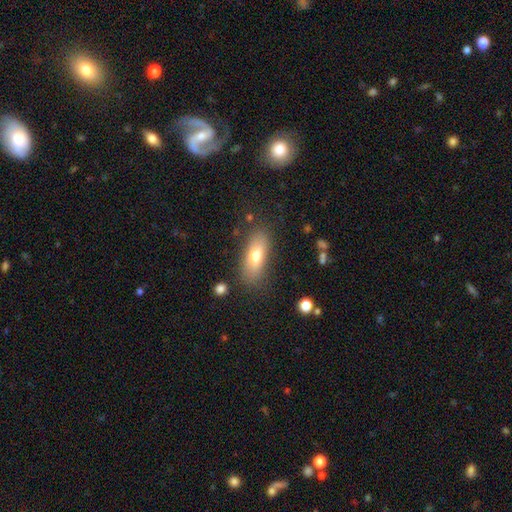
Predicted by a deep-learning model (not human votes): Overall: smooth (70%). How rounded: in between (72%). Merging: none (79%).